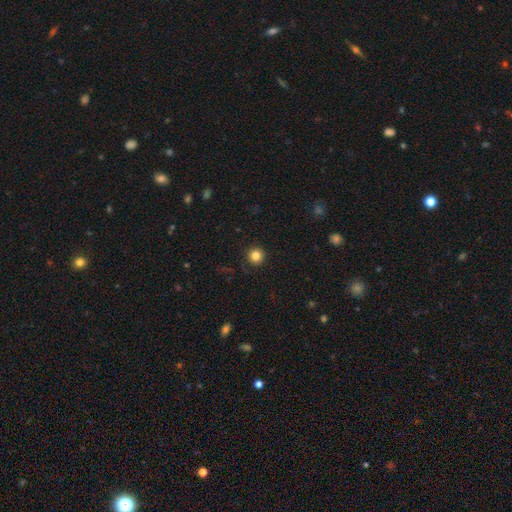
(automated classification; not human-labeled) Smooth or featured?
  - smooth: 83% *
  - star or artifact: 12%
  - featured or disk: 5%
How rounded?
  - round: 96% *
  - in between: 3%
  - cigar-shaped: 1%
Merging?
  - none: 91% *
  - minor disturbance: 6%
  - major disturbance: 2%
  - merger: 1%